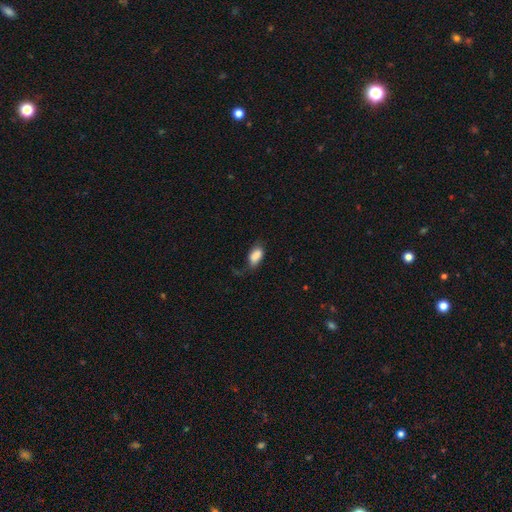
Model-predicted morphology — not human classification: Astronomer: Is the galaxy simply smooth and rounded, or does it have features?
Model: smooth — 84%.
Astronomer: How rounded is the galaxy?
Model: in between — 93%.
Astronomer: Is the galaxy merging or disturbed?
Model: none — 46% (runner-up: minor disturbance, 31%).